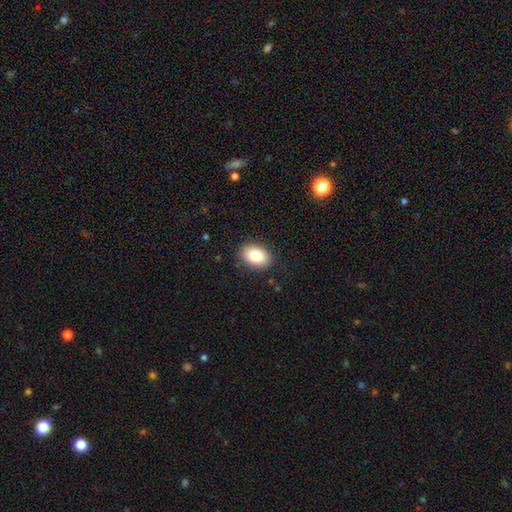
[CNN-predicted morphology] Smooth or featured: smooth — 86% (star or artifact — 7%)
How rounded: in between — 86% (round — 13%)
Merging: none — 87% (minor disturbance — 9%)